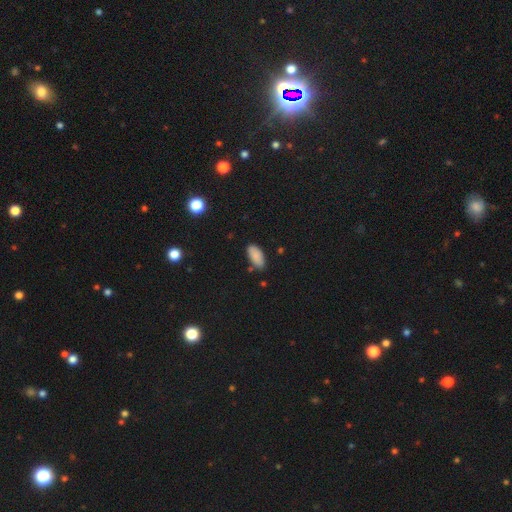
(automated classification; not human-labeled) This appears to be a smooth galaxy with no disk features (87%) that is in between round and cigar-shaped (91%). Merging: none (81%).